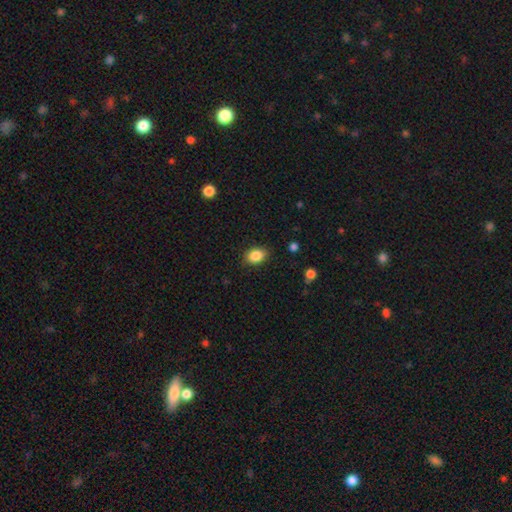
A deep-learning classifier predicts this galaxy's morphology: A smooth galaxy with no disk features (86%) that is in between round and cigar-shaped (71%).

Vote fractions:
- Smooth or featured? smooth: 86% / star or artifact: 9% / featured or disk: 5%
- How rounded? in between: 71% / round: 28% / cigar-shaped: 1%
- Merging? none: 86% / minor disturbance: 11% / major disturbance: 2% / merger: 1%